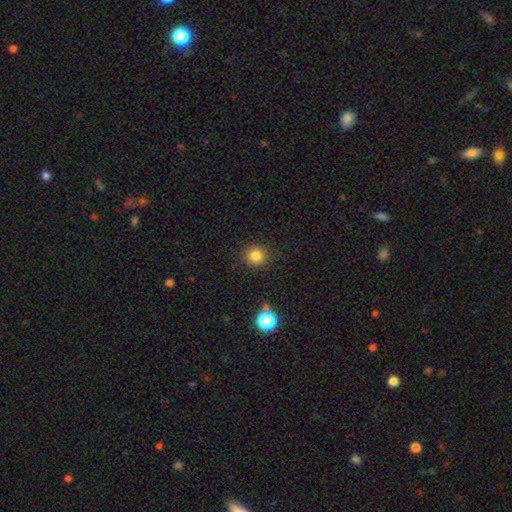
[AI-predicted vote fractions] Smooth or featured? smooth (82%)
How rounded? round (91%)
Merging? none (89%)